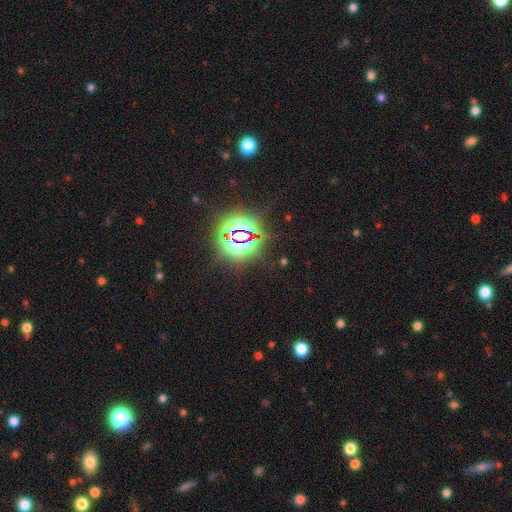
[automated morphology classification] A star or artifact, not a galaxy (83%).

Vote fractions:
- Smooth or featured? star or artifact: 83% / smooth: 11% / featured or disk: 6%